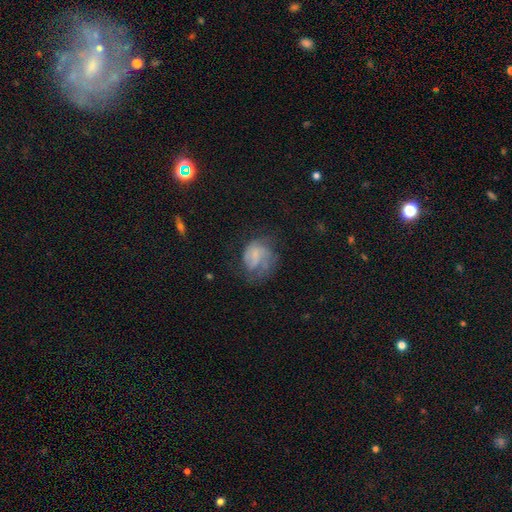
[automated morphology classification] Smooth or featured: featured or disk — 56% (smooth — 34%)
Edge-on disk: no — 98% (yes — 2%)
Bar: no — 55% (weak — 36%)
Spiral arms: yes — 75% (no — 25%)
Bulge size: none — 48% (small — 32%)
Merging: none — 43% (major disturbance — 32%)